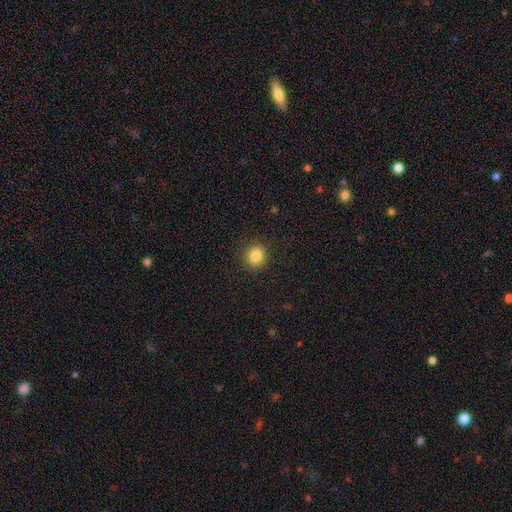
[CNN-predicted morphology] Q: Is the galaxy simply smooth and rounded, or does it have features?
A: smooth — 84%.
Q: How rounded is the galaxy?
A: round — 86%.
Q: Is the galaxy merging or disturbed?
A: none — 90%.